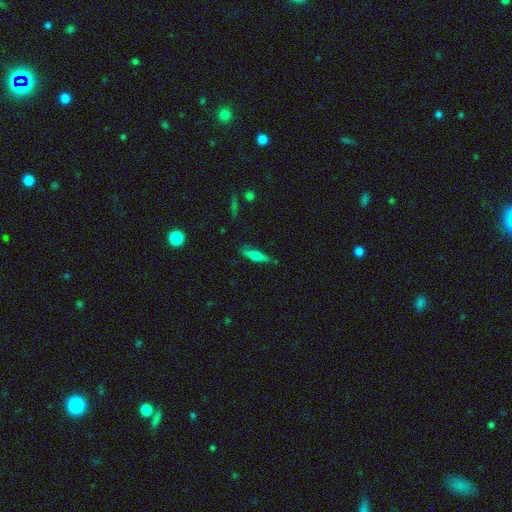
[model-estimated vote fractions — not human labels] smooth-or-featured: smooth: 49% | featured or disk: 43% | star or artifact: 8%
  merging: none: 76% | minor disturbance: 19% | major disturbance: 4% | merger: 2%